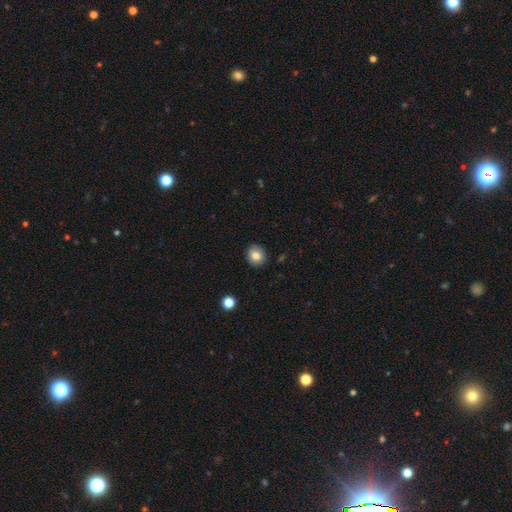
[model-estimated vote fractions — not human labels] This is clearly a smooth galaxy (82%). How rounded: likely round (78%). Merging: clearly none (90%).